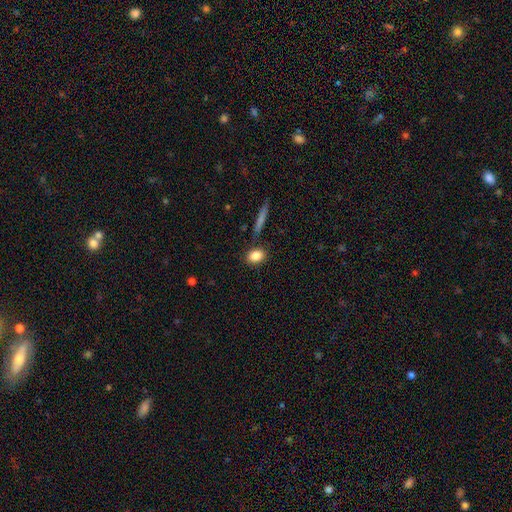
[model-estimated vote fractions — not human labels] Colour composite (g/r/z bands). It shows a smooth galaxy with no disk features (85%) that is in between round and cigar-shaped (63%). Merging: none (82%).